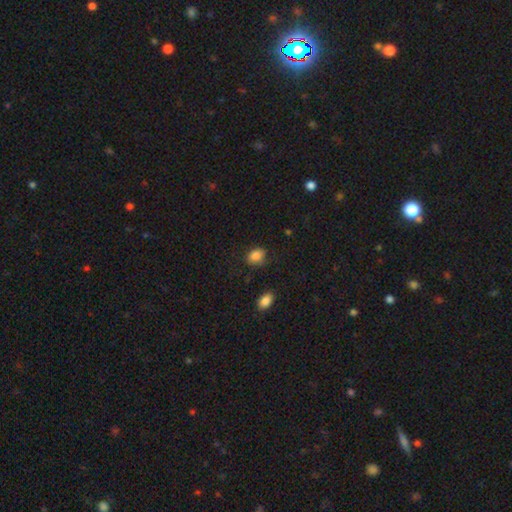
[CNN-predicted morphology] Overall: smooth (86%). How rounded: in between (70%). Merging: none (68%).